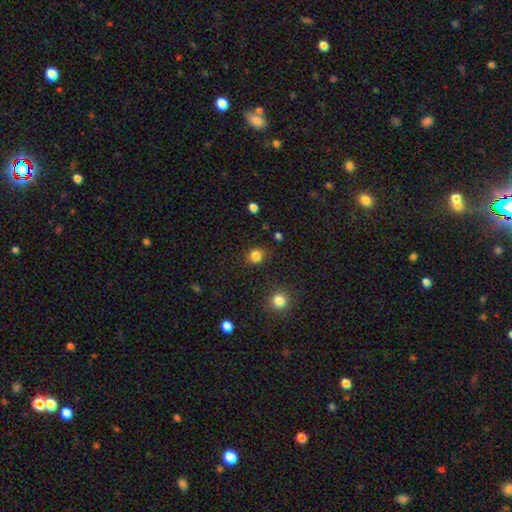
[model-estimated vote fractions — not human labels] Smooth or featured? Predicted: smooth (p=0.84). How rounded? Predicted: round (p=0.85). Merging? Predicted: none (p=0.86).